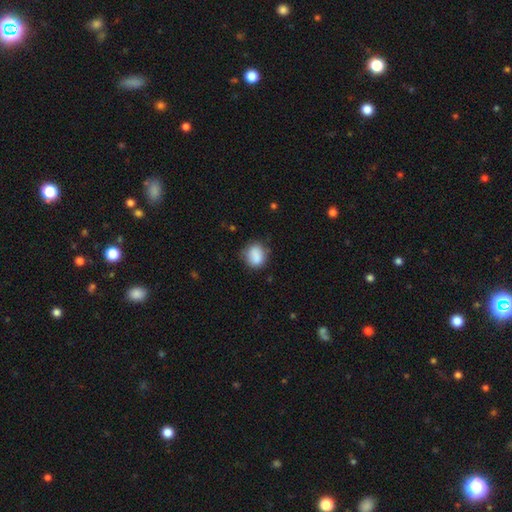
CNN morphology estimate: This is clearly a smooth galaxy (85%). How rounded: possibly round (54%). Merging: likely none (69%).